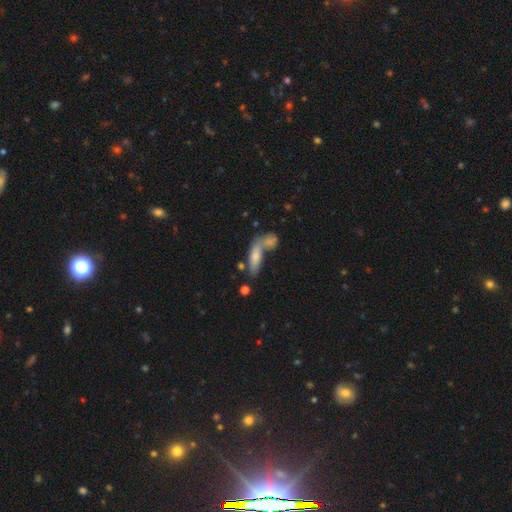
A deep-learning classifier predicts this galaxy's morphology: A smooth galaxy with no disk features (70%) that is in between round and cigar-shaped (55%).

Vote fractions:
- Smooth or featured? smooth: 70% / featured or disk: 21% / star or artifact: 8%
- How rounded? in between: 55% / cigar-shaped: 42% / round: 3%
- Merging? merger: 48% / none: 34% / minor disturbance: 11% / major disturbance: 7%